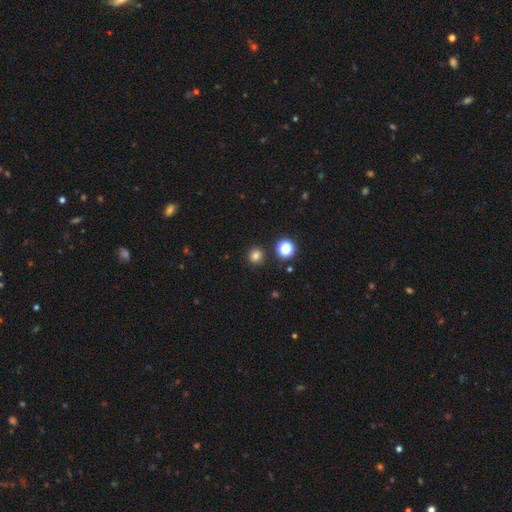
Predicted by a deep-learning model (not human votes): Smooth or featured? Predicted: smooth (p=0.79). How rounded? Predicted: round (p=0.94). Merging? Predicted: none (p=0.91).